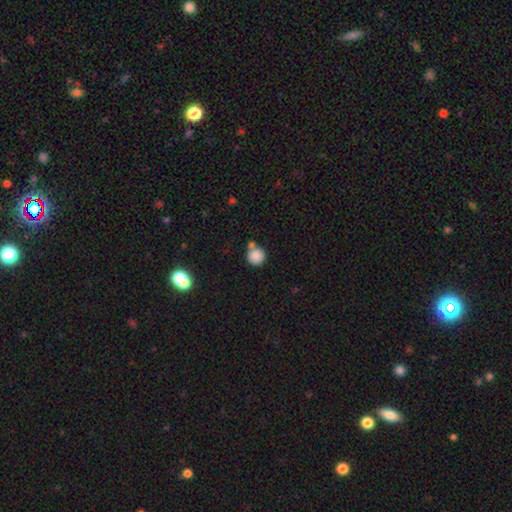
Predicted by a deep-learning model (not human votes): Smooth or featured: smooth — 85% (star or artifact — 10%)
How rounded: round — 92% (in between — 7%)
Merging: none — 63% (merger — 23%)